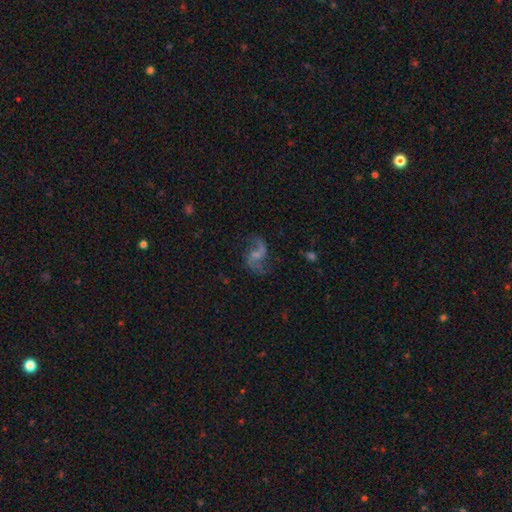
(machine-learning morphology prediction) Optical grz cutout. It shows a featured or disk galaxy (83%) with a weak bar (46%), 2 (92%) loose (71%) spiral arms (95%) and a small central bulge (45%). Merging: none (74%).